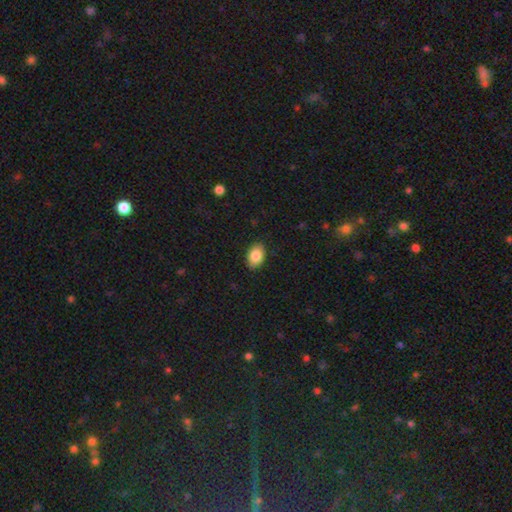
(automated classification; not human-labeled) Q: Smooth or featured?
A: smooth (85%); runner-up: star or artifact (8%)
Q: How rounded?
A: in between (87%); runner-up: round (12%)
Q: Merging?
A: none (88%); runner-up: minor disturbance (9%)